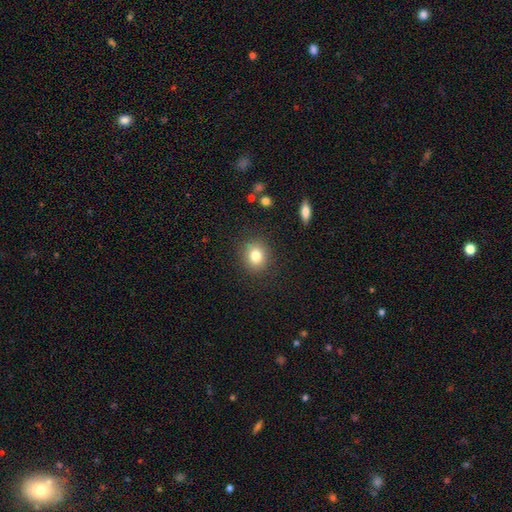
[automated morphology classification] This is clearly a smooth galaxy (81%). How rounded: likely round (78%). Merging: clearly none (88%).